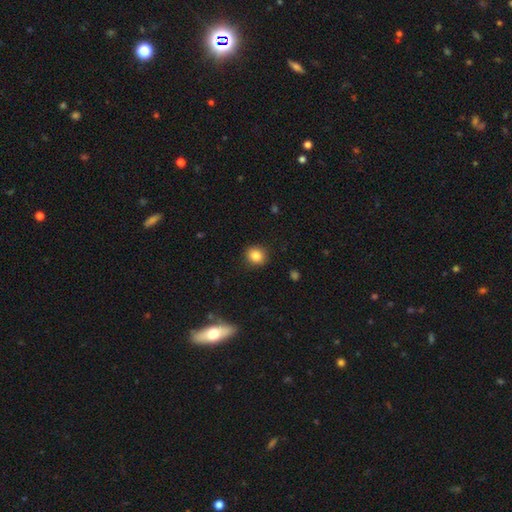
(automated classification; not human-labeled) smooth-or-featured: smooth: 84% | star or artifact: 10% | featured or disk: 6%
  how-rounded: round: 76% | in between: 23% | cigar-shaped: 1%
  merging: none: 90% | minor disturbance: 7% | major disturbance: 2% | merger: 1%